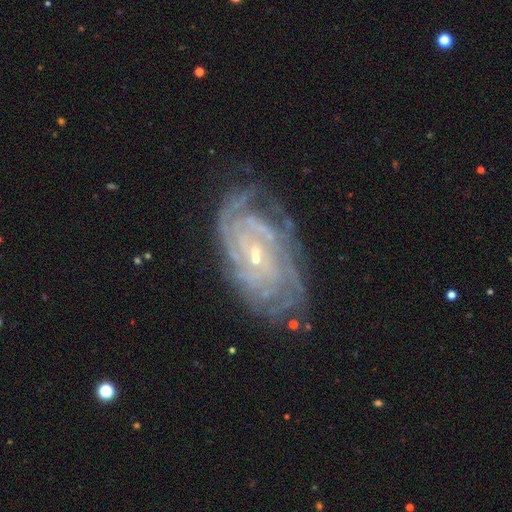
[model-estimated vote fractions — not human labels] featured or disk 87%, star or artifact 7%, smooth 6%. Down the decision tree: edge-on disk — no (95%); bar — no (52%); spiral arms — yes (96%); spiral arm count — can't tell (36%); spiral winding — tight (79%); bulge size — small (76%); merging — none (72%).